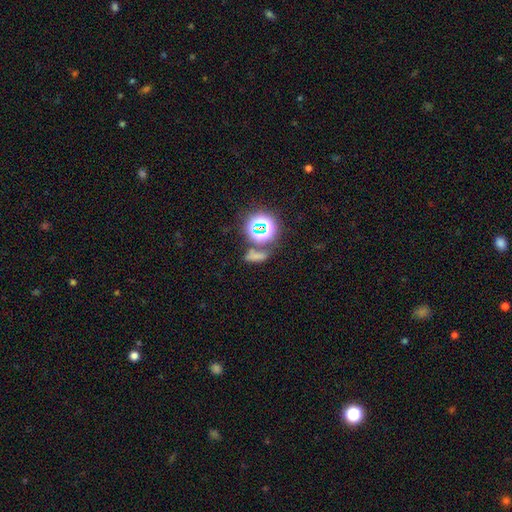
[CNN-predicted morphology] This is possibly a smooth galaxy (53%). How rounded: possibly in between (53%). Merging: possibly none (55%).